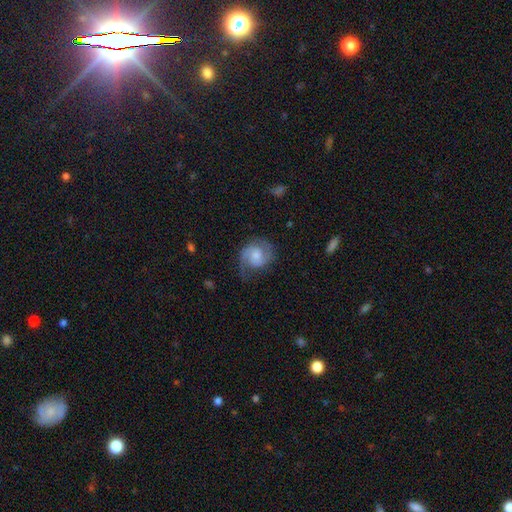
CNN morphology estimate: smooth-or-featured: featured or disk: 71% | smooth: 23% | star or artifact: 7%
  disk-edge-on: no: 98% | yes: 2%
    bar: no: 60% | weak: 36% | strong: 5%
    has-spiral-arms: yes: 94% | no: 6%
      spiral-winding: medium: 48% | tight: 29% | loose: 22%
      spiral-arm-count: 2: 79% | 1: 10% | can't tell: 7% | 3: 2% | 4: 1% | more than 4: 1%
    bulge-size: moderate: 46% | small: 32% | large: 11% | none: 10% | dominant: 2%
  merging: none: 60% | minor disturbance: 24% | major disturbance: 14% | merger: 1%